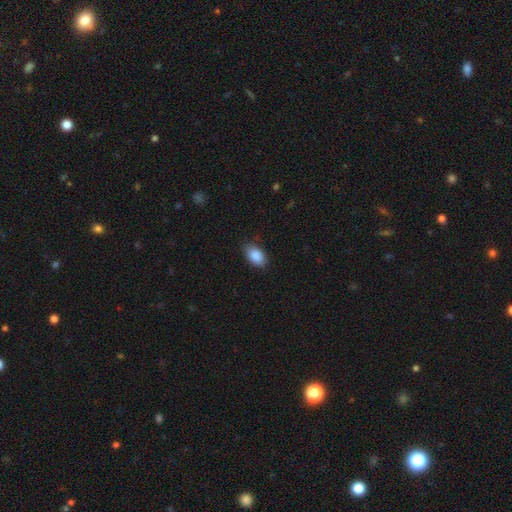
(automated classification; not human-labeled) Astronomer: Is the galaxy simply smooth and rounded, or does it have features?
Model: smooth — 89%.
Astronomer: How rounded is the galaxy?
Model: in between — 92%.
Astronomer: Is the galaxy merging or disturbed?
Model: none — 84%.